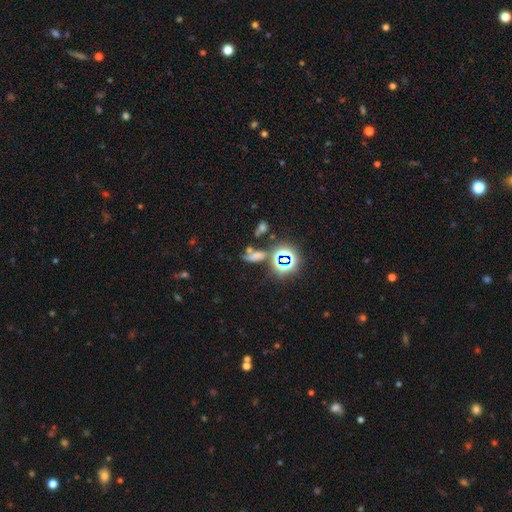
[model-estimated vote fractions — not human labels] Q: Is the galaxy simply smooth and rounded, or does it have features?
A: smooth — 45%.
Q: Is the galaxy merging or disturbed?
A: none — 49%.